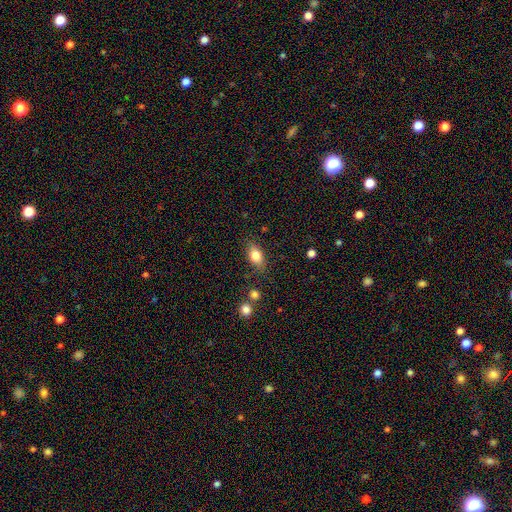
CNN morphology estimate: A smooth galaxy with no disk features (80%) that is in between round and cigar-shaped (82%).

Vote fractions:
- Smooth or featured? smooth: 80% / featured or disk: 12% / star or artifact: 9%
- How rounded? in between: 82% / round: 13% / cigar-shaped: 5%
- Merging? none: 80% / minor disturbance: 13% / major disturbance: 3% / merger: 3%